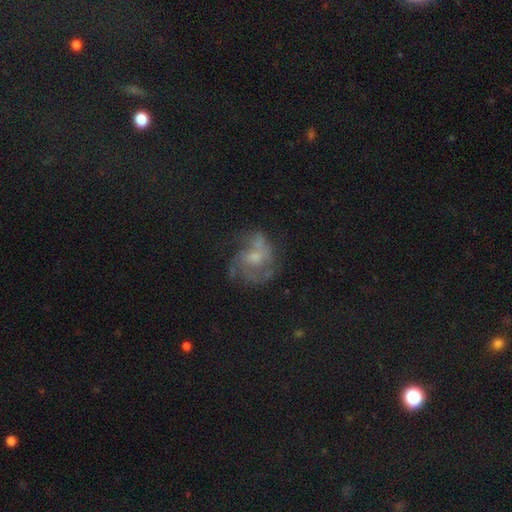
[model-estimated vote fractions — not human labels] This appears to be a featured or disk galaxy (66%) with no bar (70%), spiral arms (73%) and a moderate central bulge (46%). Merging: none (54%).